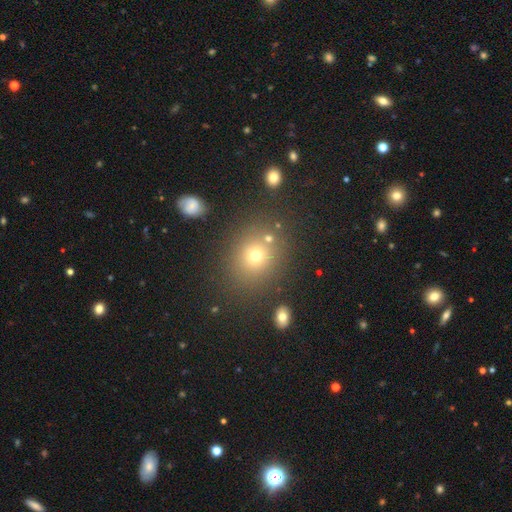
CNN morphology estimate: A smooth galaxy with no disk features (69%) that is round (70%).

Vote fractions:
- Smooth or featured? smooth: 69% / star or artifact: 20% / featured or disk: 11%
- How rounded? round: 70% / in between: 29% / cigar-shaped: 1%
- Merging? none: 79% / minor disturbance: 10% / merger: 7% / major disturbance: 4%